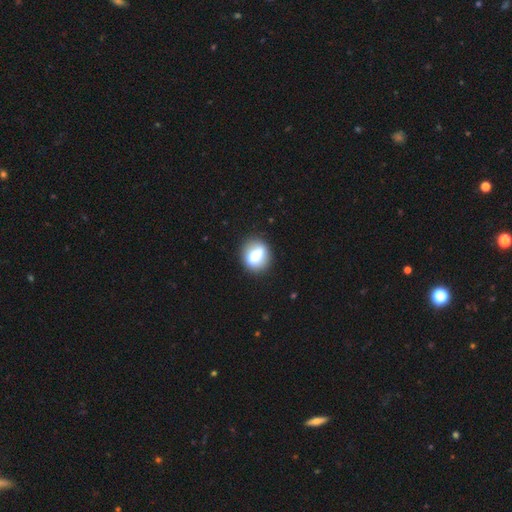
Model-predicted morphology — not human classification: smooth_or_featured: smooth (p=0.62) [alt: featured or disk p=0.29]
how_rounded: round (p=0.53) [alt: in between p=0.41]
merging: none (p=0.83) [alt: minor disturbance p=0.11]